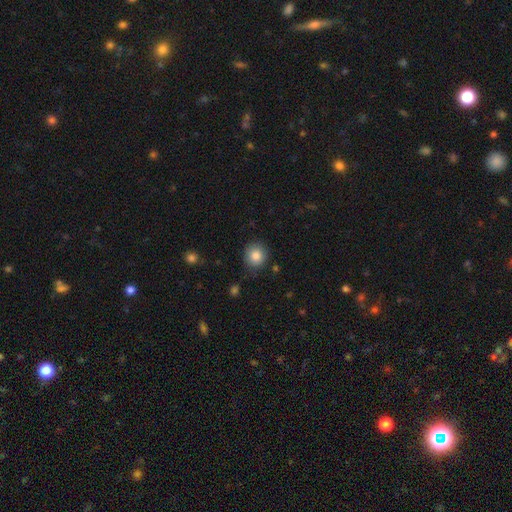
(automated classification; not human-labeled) smooth_or_featured: smooth (p=0.84) [alt: star or artifact p=0.10]
how_rounded: round (p=0.90) [alt: in between p=0.09]
merging: none (p=0.86) [alt: minor disturbance p=0.10]